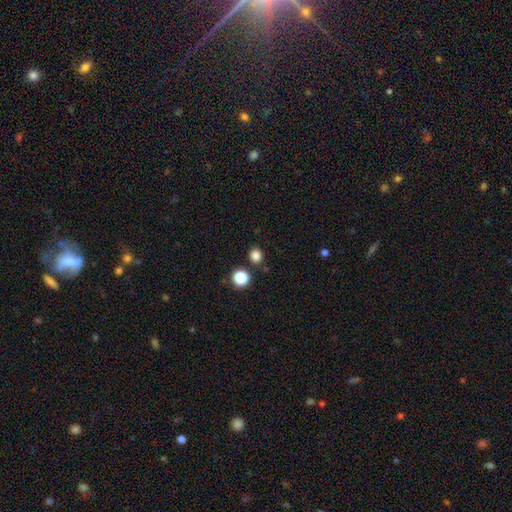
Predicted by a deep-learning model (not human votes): This is clearly a smooth galaxy (82%). How rounded: likely round (75%). Merging: clearly none (85%).